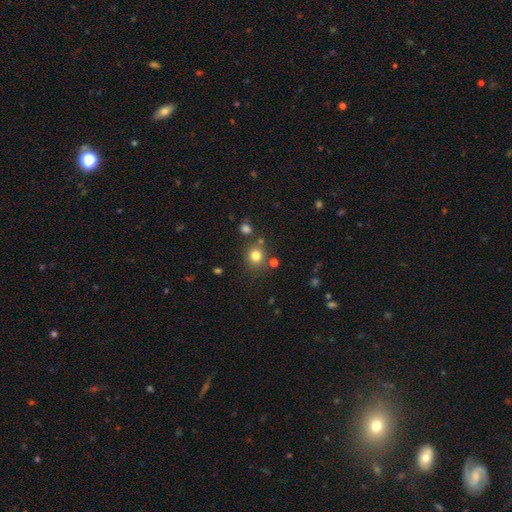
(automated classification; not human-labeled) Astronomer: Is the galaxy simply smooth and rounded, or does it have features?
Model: smooth — 78%.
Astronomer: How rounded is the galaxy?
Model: round — 87%.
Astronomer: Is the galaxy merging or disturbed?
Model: none — 77%.